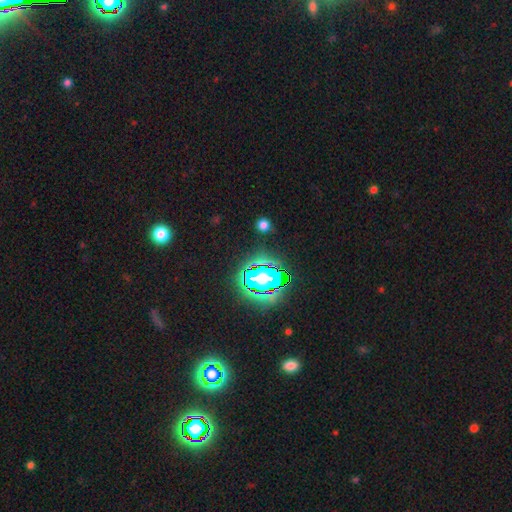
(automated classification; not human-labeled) A star or artifact, not a galaxy (84%).